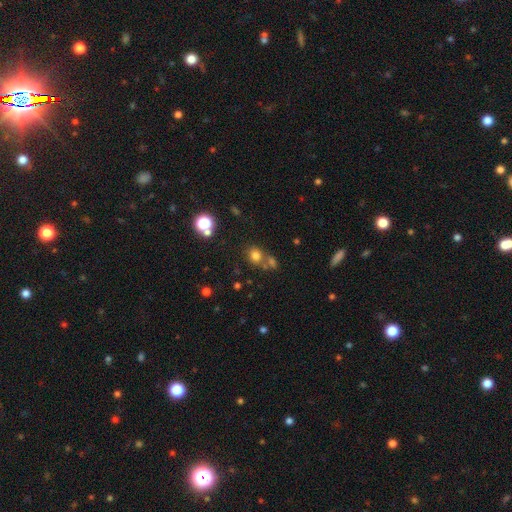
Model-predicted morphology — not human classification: Smooth or featured? Predicted: smooth (p=0.73). How rounded? Predicted: round (p=0.76). Merging? Predicted: none (p=0.59).